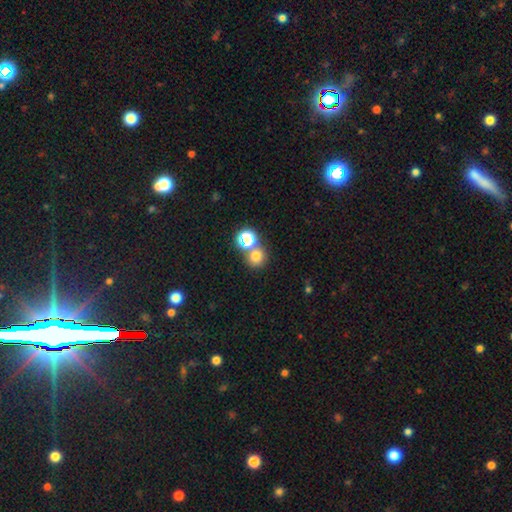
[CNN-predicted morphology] smooth_or_featured: smooth (p=0.71) [alt: star or artifact p=0.21]
how_rounded: round (p=0.87) [alt: in between p=0.12]
merging: none (p=0.62) [alt: merger p=0.27]